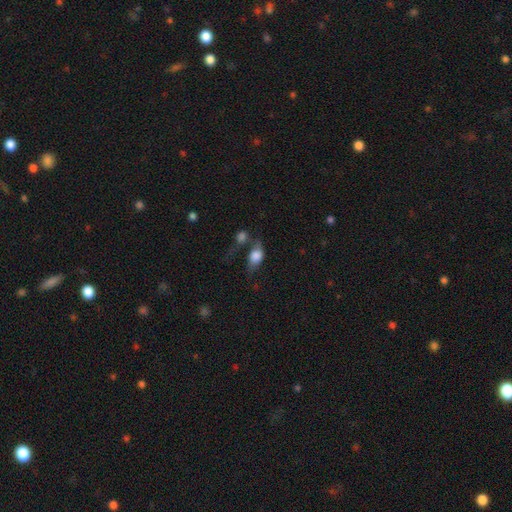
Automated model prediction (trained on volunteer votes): The model was most divided on "merging": merger: 34%, major disturbance: 26%, none: 23%, minor disturbance: 17%. More confident: how rounded — in between (79%); smooth or featured — smooth (74%).